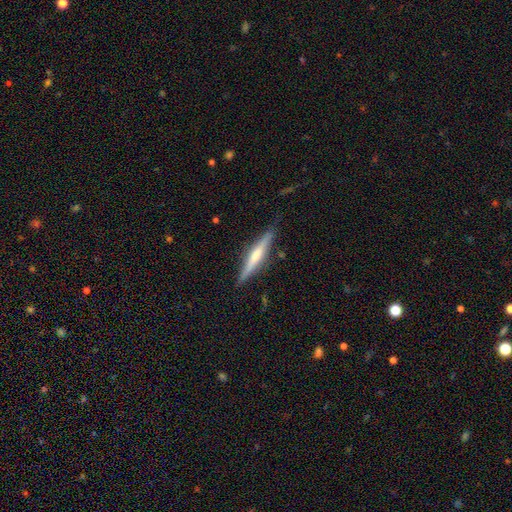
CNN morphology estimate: A featured or disk galaxy (58%) viewed edge-on (97%) with a rounded central bulge (64%).

Vote fractions:
- Smooth or featured? featured or disk: 58% / smooth: 36% / star or artifact: 6%
- Edge-on disk? yes: 97% / no: 3%
- Edge-on bulge? rounded: 64% / none: 22% / boxy: 14%
- Merging? none: 86% / minor disturbance: 10% / major disturbance: 2% / merger: 1%